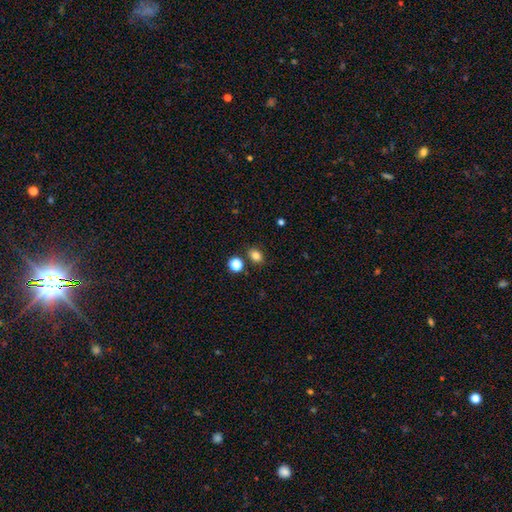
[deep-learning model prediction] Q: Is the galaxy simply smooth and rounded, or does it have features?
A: smooth — 83%.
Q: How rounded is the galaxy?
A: in between — 57%.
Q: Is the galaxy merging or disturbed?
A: none — 82%.